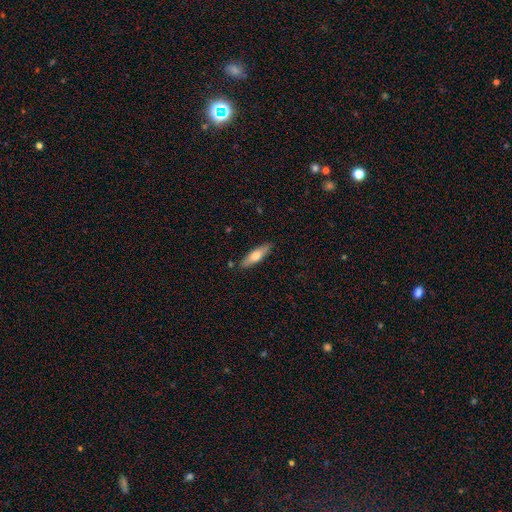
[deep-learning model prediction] smooth_or_featured: smooth (p=0.63) [alt: featured or disk p=0.31]
how_rounded: cigar-shaped (p=0.61) [alt: in between p=0.37]
merging: none (p=0.85) [alt: minor disturbance p=0.10]